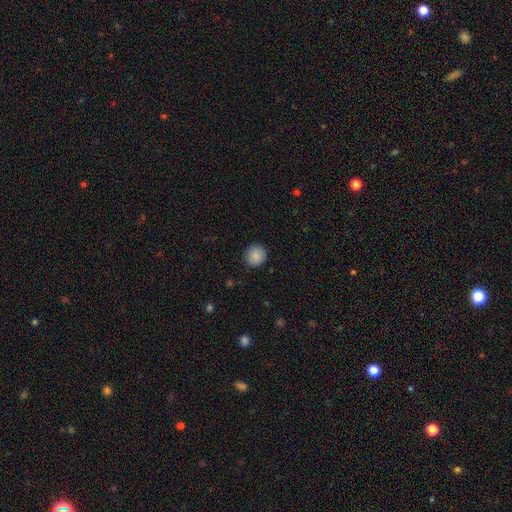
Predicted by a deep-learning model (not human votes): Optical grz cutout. It shows a smooth galaxy with no disk features (87%) that is round (91%). Merging: none (88%).